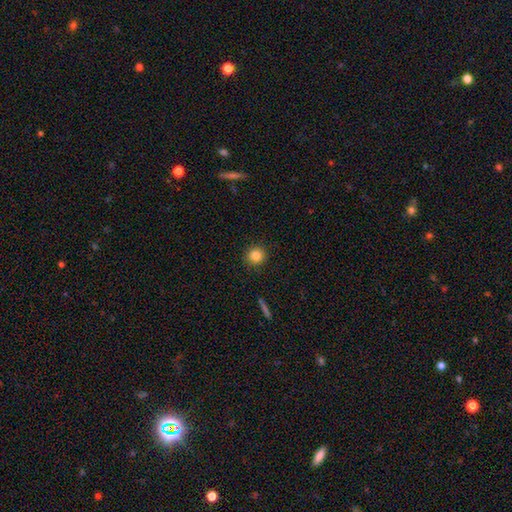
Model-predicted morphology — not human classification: Q: Smooth or featured?
A: smooth (84%); runner-up: star or artifact (11%)
Q: How rounded?
A: round (92%); runner-up: in between (7%)
Q: Merging?
A: none (91%); runner-up: minor disturbance (6%)